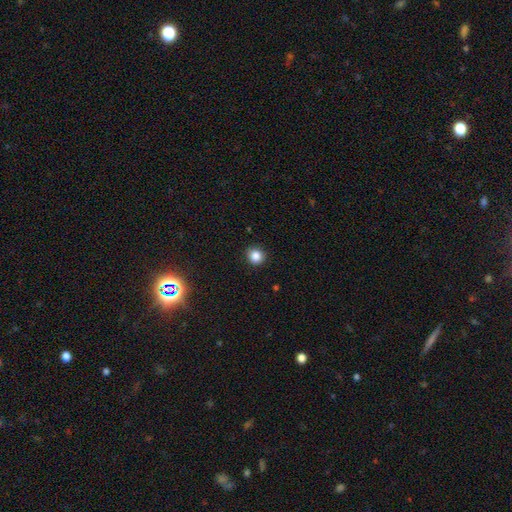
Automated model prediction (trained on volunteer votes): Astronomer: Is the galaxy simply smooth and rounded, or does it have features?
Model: smooth — 84%.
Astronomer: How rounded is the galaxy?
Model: round — 91%.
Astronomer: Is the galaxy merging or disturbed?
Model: none — 90%.